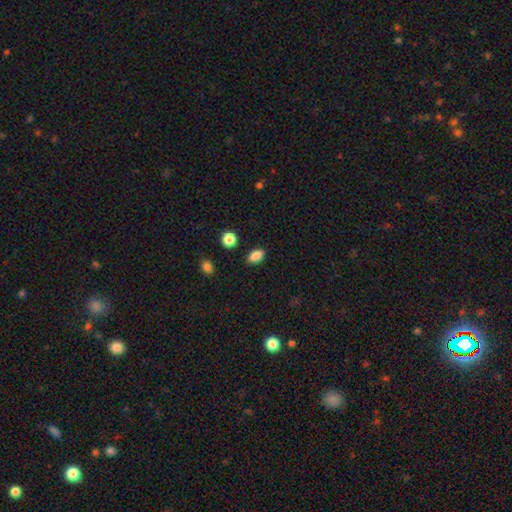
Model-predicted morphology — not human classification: Smooth or featured?
  - smooth: 86% *
  - star or artifact: 9%
  - featured or disk: 5%
How rounded?
  - in between: 86% *
  - round: 9%
  - cigar-shaped: 5%
Merging?
  - none: 86% *
  - minor disturbance: 9%
  - major disturbance: 2%
  - merger: 2%